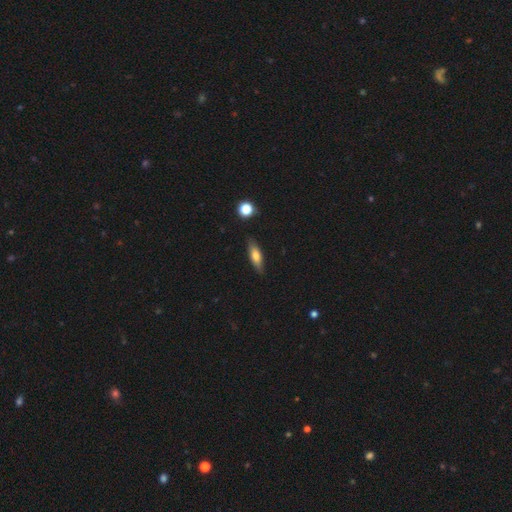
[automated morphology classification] smooth_or_featured: smooth (p=0.69) [alt: featured or disk p=0.24]
how_rounded: cigar-shaped (p=0.49) [alt: in between p=0.48]
merging: none (p=0.85) [alt: minor disturbance p=0.11]